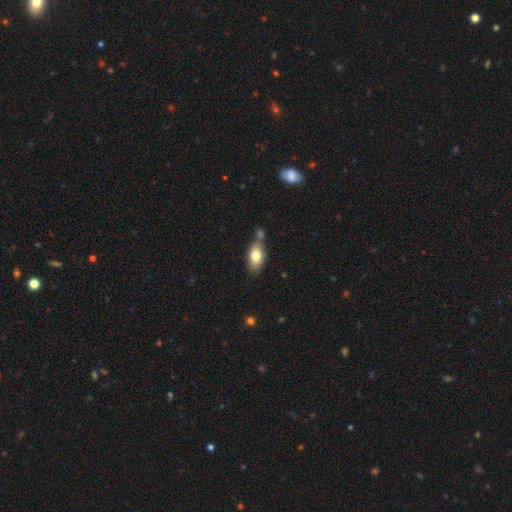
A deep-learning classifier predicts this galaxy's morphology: Smooth or featured? smooth (76%)
How rounded? in between (89%)
Merging? none (57%)